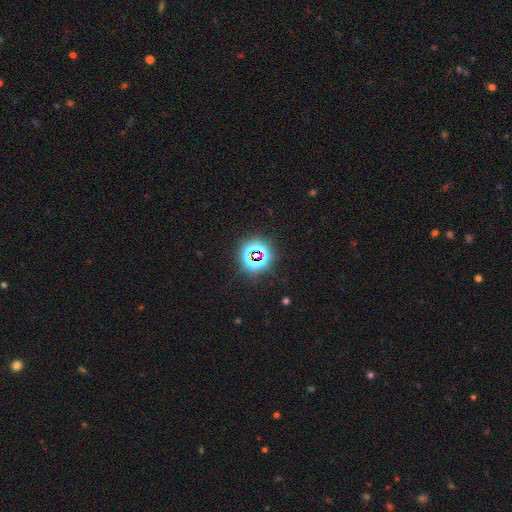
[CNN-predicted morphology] The model was most divided on "smooth or featured": star or artifact: 76%, smooth: 16%, featured or disk: 8%.